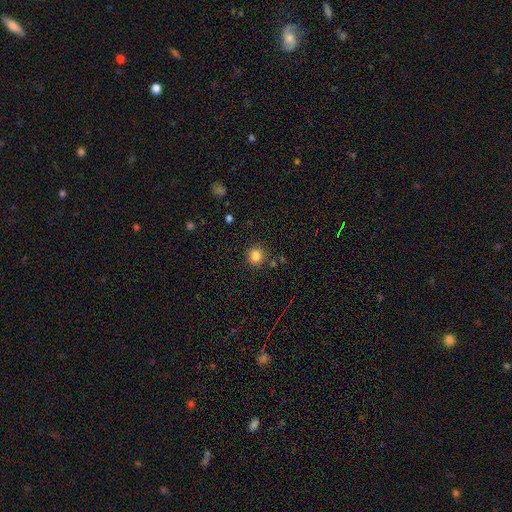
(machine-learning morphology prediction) Smooth or featured?
  - smooth: 83% *
  - star or artifact: 12%
  - featured or disk: 5%
How rounded?
  - round: 92% *
  - in between: 7%
  - cigar-shaped: 1%
Merging?
  - none: 85% *
  - minor disturbance: 9%
  - merger: 4%
  - major disturbance: 3%